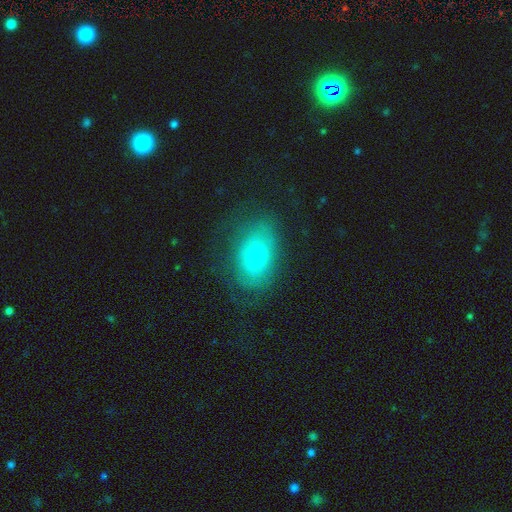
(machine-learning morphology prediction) Smooth or featured? smooth (61%)
How rounded? in between (79%)
Merging? none (68%)